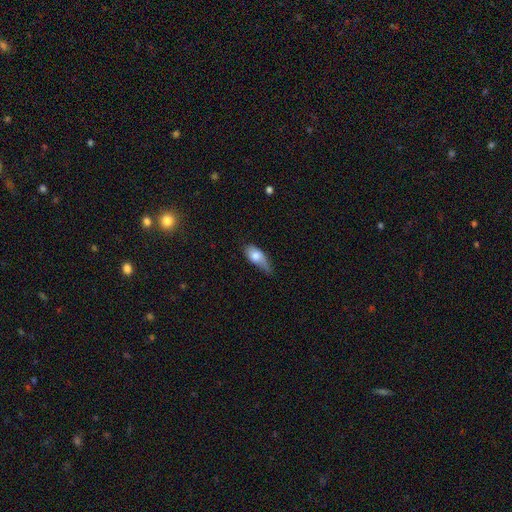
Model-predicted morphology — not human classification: A smooth galaxy with no disk features (74%) that is in between round and cigar-shaped (85%). Merging: minor disturbance (47%).